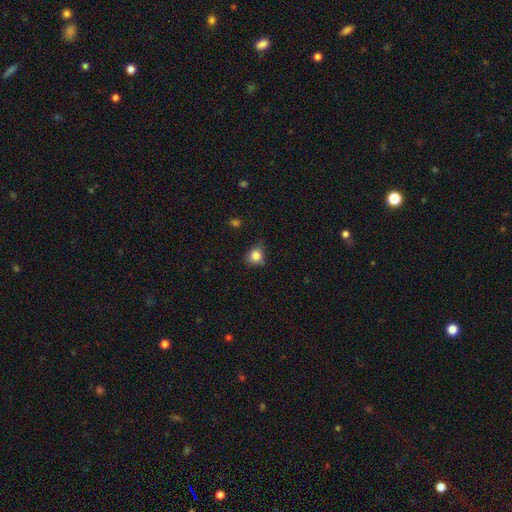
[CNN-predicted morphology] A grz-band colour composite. It shows a smooth galaxy with no disk features (84%) that is round (76%). Merging: none (64%).